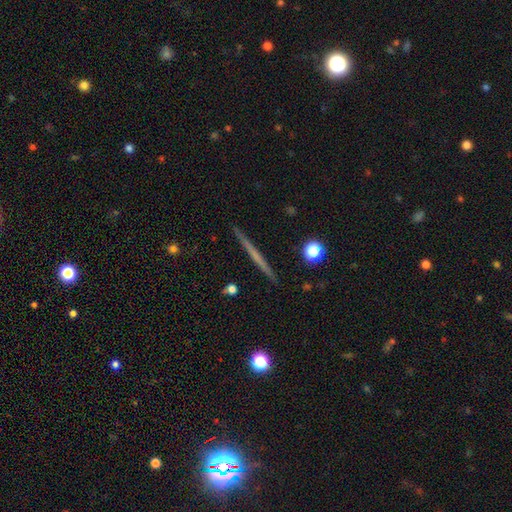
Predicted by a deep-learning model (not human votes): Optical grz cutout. It shows a featured or disk galaxy (55%) viewed edge-on (98%) with no central bulge (89%). Merging: none (92%).